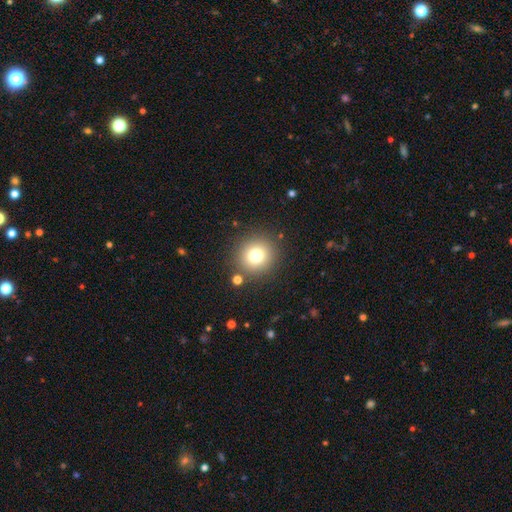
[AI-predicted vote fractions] Smooth or featured? Predicted: smooth (p=0.76). How rounded? Predicted: round (p=0.93). Merging? Predicted: none (p=0.87).